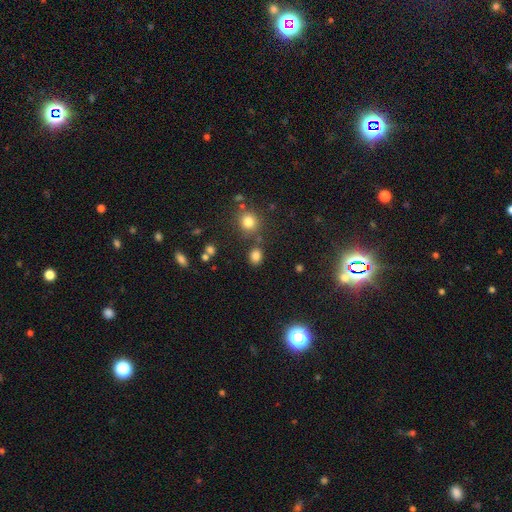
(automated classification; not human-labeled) A smooth galaxy with no disk features (81%) that is round (50%).

Vote fractions:
- Smooth or featured? smooth: 81% / star or artifact: 14% / featured or disk: 5%
- How rounded? round: 50% / in between: 49% / cigar-shaped: 1%
- Merging? none: 78% / minor disturbance: 10% / merger: 8% / major disturbance: 4%